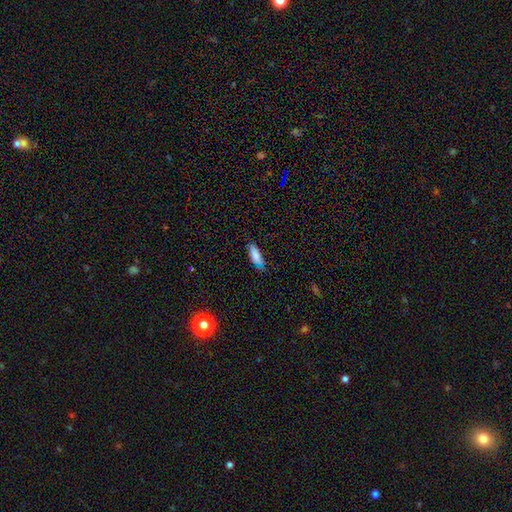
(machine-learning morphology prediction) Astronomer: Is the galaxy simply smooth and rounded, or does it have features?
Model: smooth — 84%.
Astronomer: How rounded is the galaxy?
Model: in between — 62%.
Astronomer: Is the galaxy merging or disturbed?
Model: none — 71%.